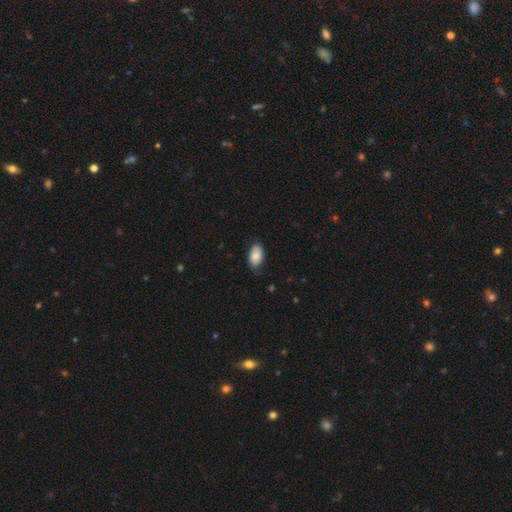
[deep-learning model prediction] Smooth or featured? smooth (82%)
How rounded? in between (94%)
Merging? none (71%)